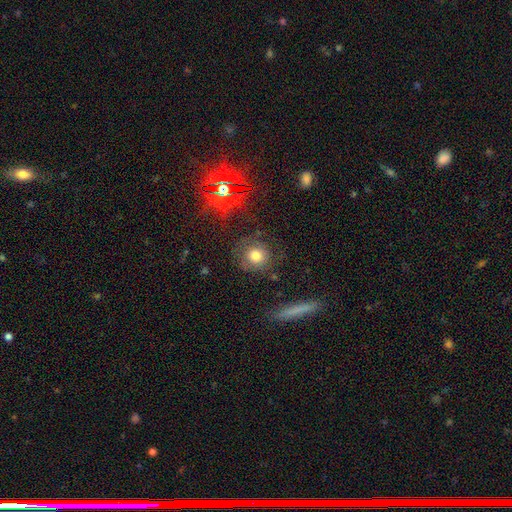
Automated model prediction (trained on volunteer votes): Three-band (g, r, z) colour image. It shows a smooth galaxy with no disk features (74%) that is round (88%). Merging: none (78%).